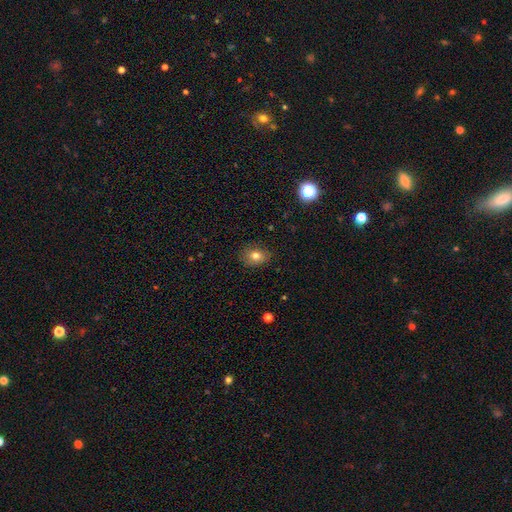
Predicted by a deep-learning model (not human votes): A smooth galaxy with no disk features (78%) that is in between round and cigar-shaped (52%). Merging: none (85%).